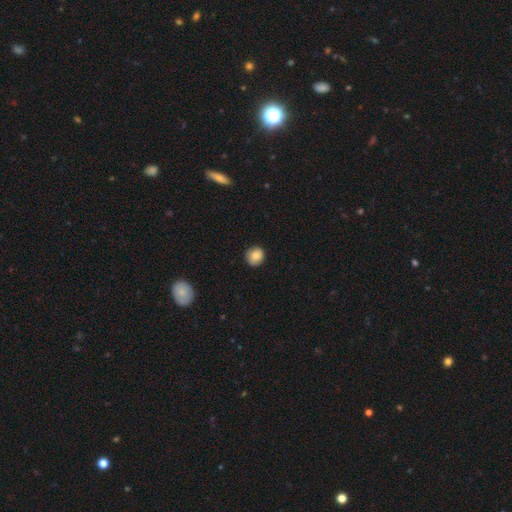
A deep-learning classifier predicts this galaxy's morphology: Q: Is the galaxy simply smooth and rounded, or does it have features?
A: smooth — 85%.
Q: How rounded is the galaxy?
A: round — 84%.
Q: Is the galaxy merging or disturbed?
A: none — 86%.